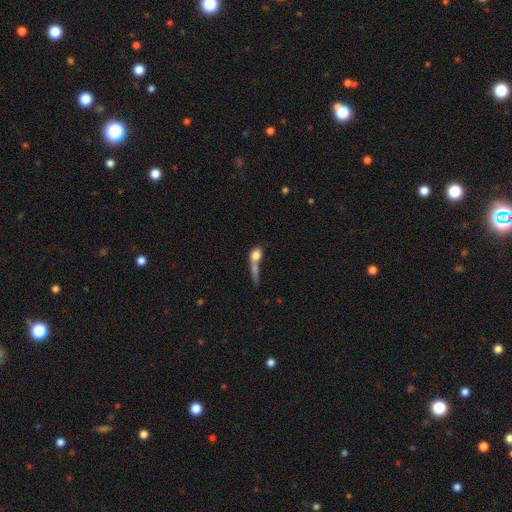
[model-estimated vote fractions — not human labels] Overall: smooth (70%). How rounded: in between (47%; round 33%). Merging: merger (44%; none 24%).